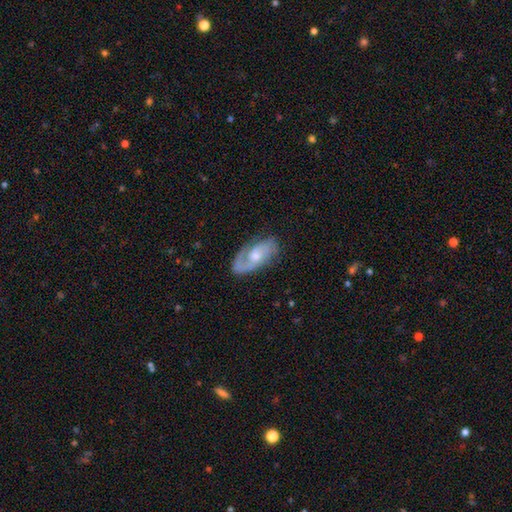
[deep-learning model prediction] The model was most divided on "spiral winding": medium: 46%, tight: 33%, loose: 21%. More confident: edge-on disk — no (95%); spiral arms — yes (93%); smooth or featured — featured or disk (77%); merging — none (71%); spiral arm count — 2 (65%); bar — no (64%); bulge size — moderate (56%).